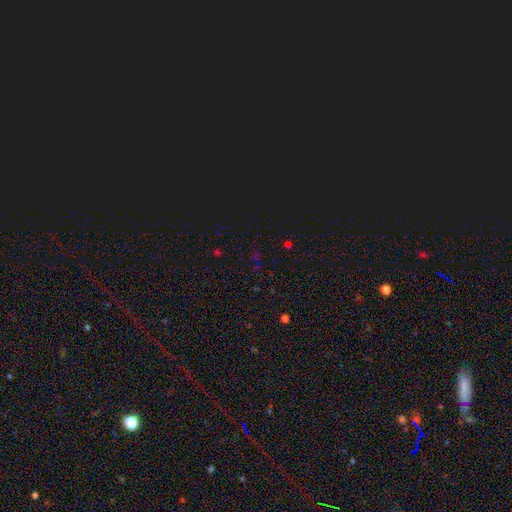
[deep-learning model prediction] Q: Smooth or featured?
A: star or artifact (66%); runner-up: smooth (26%)